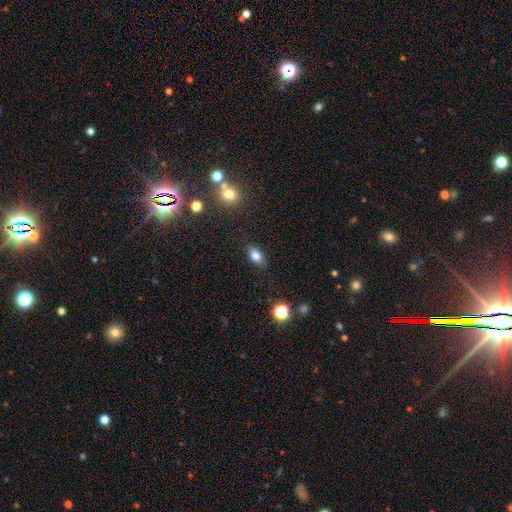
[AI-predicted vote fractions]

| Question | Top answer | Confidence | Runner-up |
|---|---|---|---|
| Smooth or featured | smooth | 79% | star or artifact (10%) |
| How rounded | in between | 85% | round (9%) |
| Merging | none | 86% | minor disturbance (10%) |